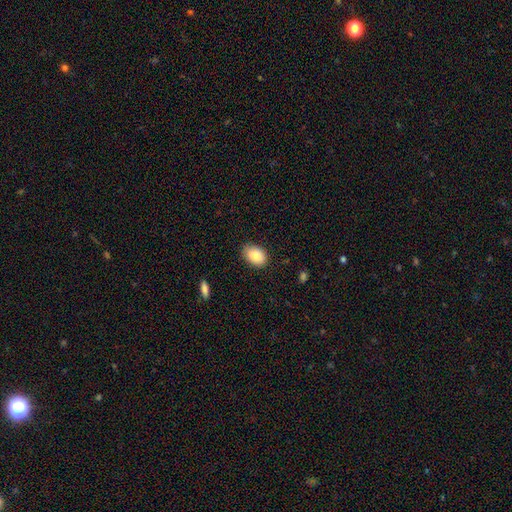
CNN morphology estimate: Smooth or featured? smooth (87%)
How rounded? in between (83%)
Merging? none (81%)